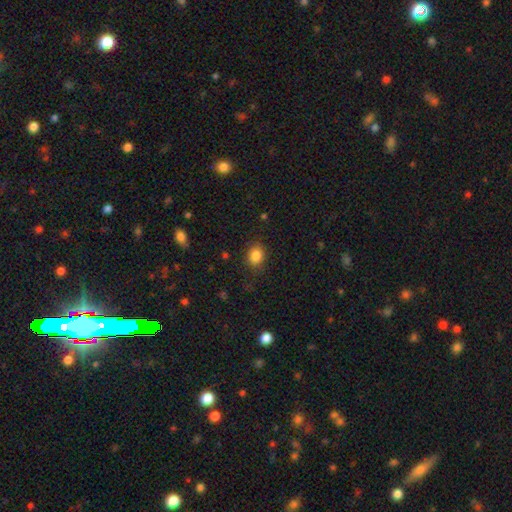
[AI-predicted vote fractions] Q: Smooth or featured?
A: smooth (84%); runner-up: star or artifact (10%)
Q: How rounded?
A: round (51%); runner-up: in between (49%)
Q: Merging?
A: none (83%); runner-up: minor disturbance (13%)